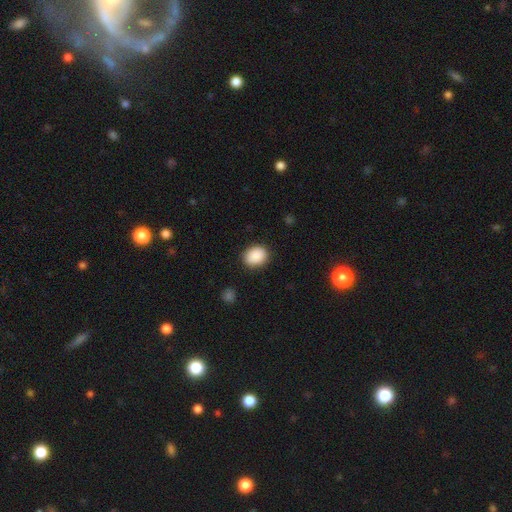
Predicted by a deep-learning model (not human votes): Q: Smooth or featured?
A: smooth (89%); runner-up: star or artifact (8%)
Q: How rounded?
A: in between (52%); runner-up: round (48%)
Q: Merging?
A: none (86%); runner-up: minor disturbance (10%)